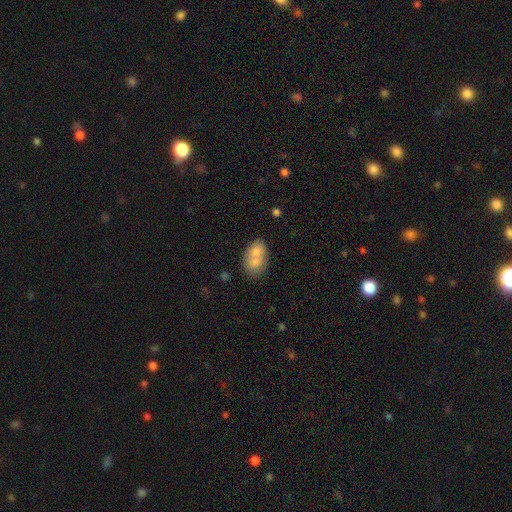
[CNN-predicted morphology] A smooth galaxy with no disk features (71%) that is in between round and cigar-shaped (80%). Merging: merger (50%).